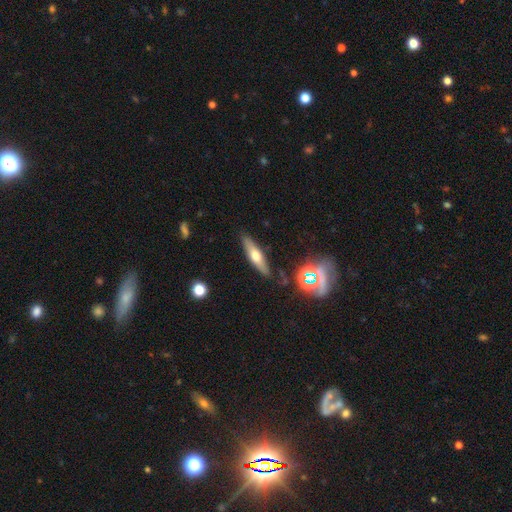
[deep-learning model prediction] smooth 48%, featured or disk 43%, star or artifact 9%. Down the decision tree: merging — none (85%).